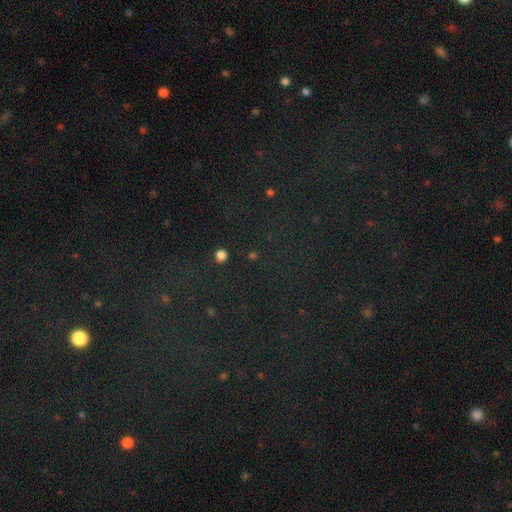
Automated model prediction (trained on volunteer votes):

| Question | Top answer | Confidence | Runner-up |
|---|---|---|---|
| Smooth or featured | star or artifact | 78% | smooth (14%) |